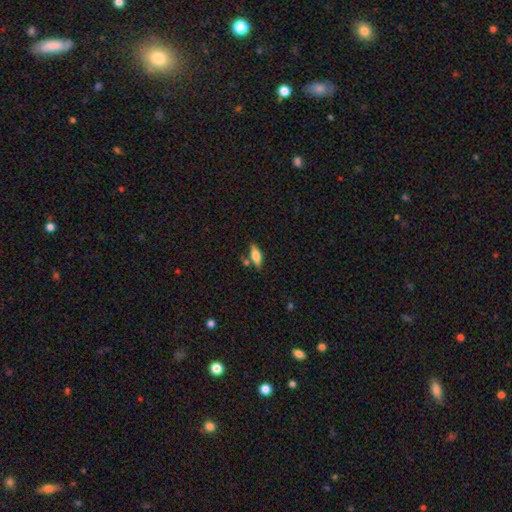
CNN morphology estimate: smooth_or_featured: smooth (p=0.65) [alt: featured or disk p=0.27]
how_rounded: in between (p=0.66) [alt: cigar-shaped p=0.31]
merging: none (p=0.68) [alt: minor disturbance p=0.16]